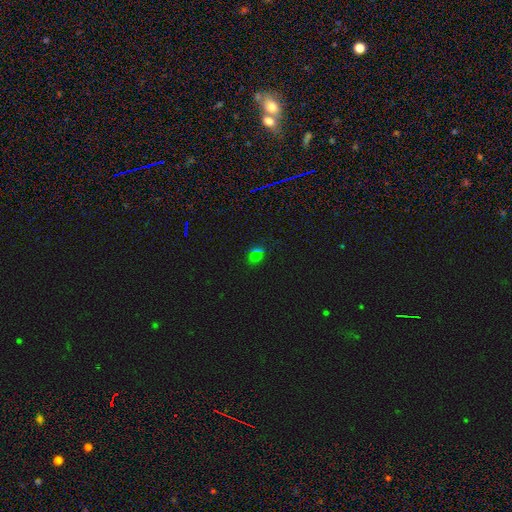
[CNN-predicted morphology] smooth-or-featured: star or artifact: 47% | smooth: 44% | featured or disk: 8%